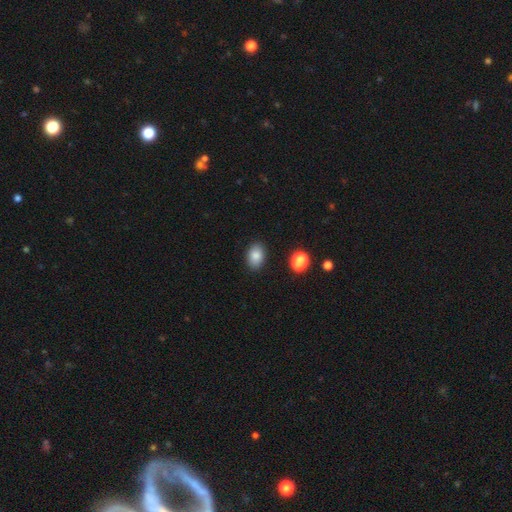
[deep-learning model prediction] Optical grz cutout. It shows a smooth galaxy with no disk features (84%) that is in between round and cigar-shaped (84%). Merging: none (87%).